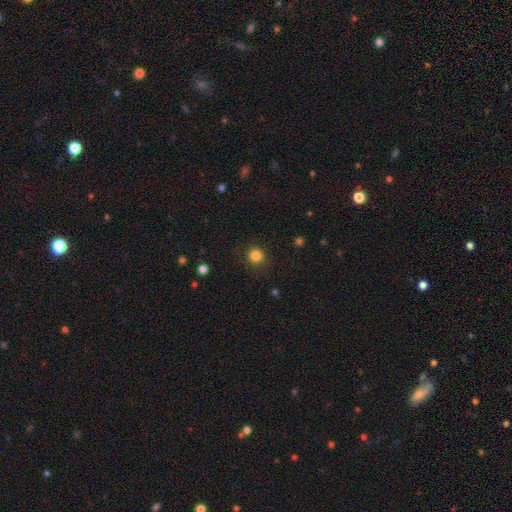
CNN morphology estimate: Smooth or featured?
  - smooth: 84% *
  - star or artifact: 12%
  - featured or disk: 4%
How rounded?
  - round: 91% *
  - in between: 8%
  - cigar-shaped: 1%
Merging?
  - none: 89% *
  - minor disturbance: 7%
  - major disturbance: 3%
  - merger: 1%